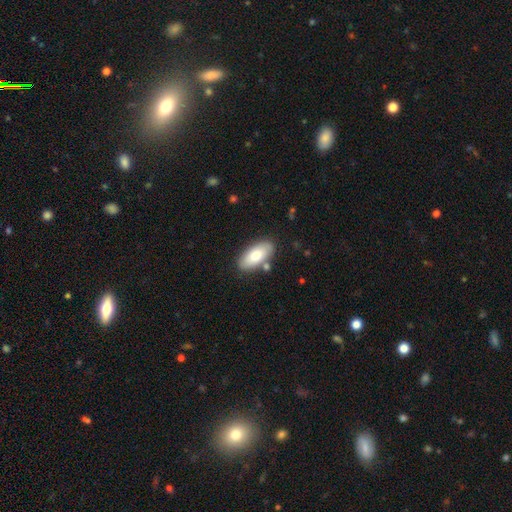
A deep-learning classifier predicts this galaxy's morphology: A smooth galaxy with no disk features (75%) that is in between round and cigar-shaped (89%).

Vote fractions:
- Smooth or featured? smooth: 75% / featured or disk: 19% / star or artifact: 6%
- How rounded? in between: 89% / cigar-shaped: 8% / round: 2%
- Merging? none: 79% / minor disturbance: 12% / merger: 6% / major disturbance: 3%